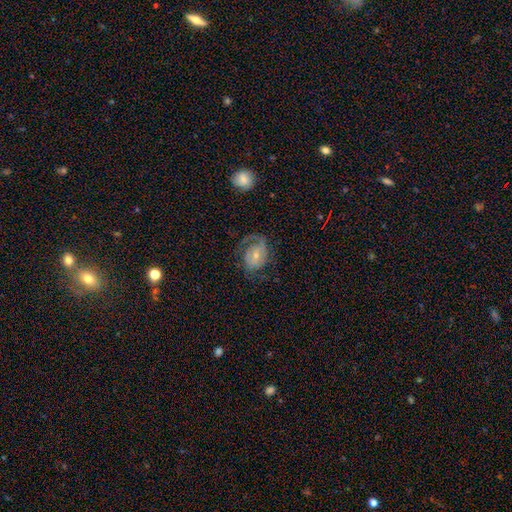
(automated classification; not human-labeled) Q: Smooth or featured?
A: featured or disk (74%); runner-up: smooth (19%)
Q: Edge-on disk?
A: no (97%); runner-up: yes (3%)
Q: Bar?
A: no (57%); runner-up: weak (34%)
Q: Spiral arms?
A: yes (89%); runner-up: no (11%)
Q: Spiral winding?
A: medium (42%); runner-up: tight (33%)
Q: Spiral arm count?
A: 2 (45%); runner-up: 1 (34%)
Q: Bulge size?
A: small (54%); runner-up: moderate (41%)
Q: Merging?
A: none (53%); runner-up: major disturbance (25%)